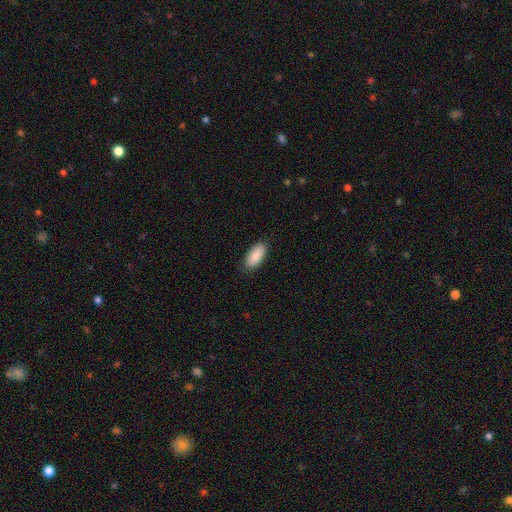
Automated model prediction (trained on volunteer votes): Smooth or featured? Predicted: smooth (p=0.89). How rounded? Predicted: in between (p=0.90). Merging? Predicted: none (p=0.88).